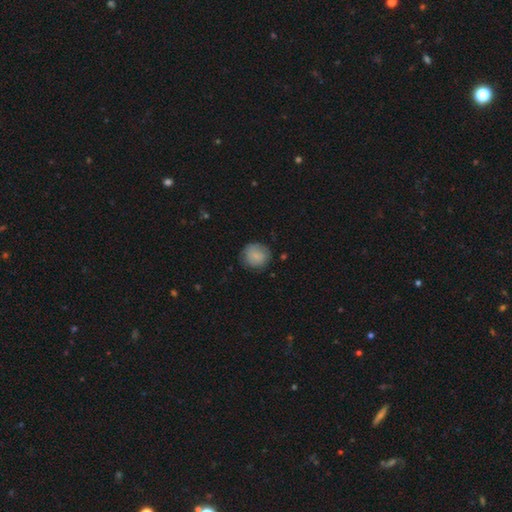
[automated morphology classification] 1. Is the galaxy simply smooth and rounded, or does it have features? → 81% smooth, 11% featured or disk, 8% star or artifact.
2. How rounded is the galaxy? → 88% round, 11% in between, 1% cigar-shaped.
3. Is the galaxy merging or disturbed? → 77% none, 17% minor disturbance, 4% major disturbance, 1% merger.